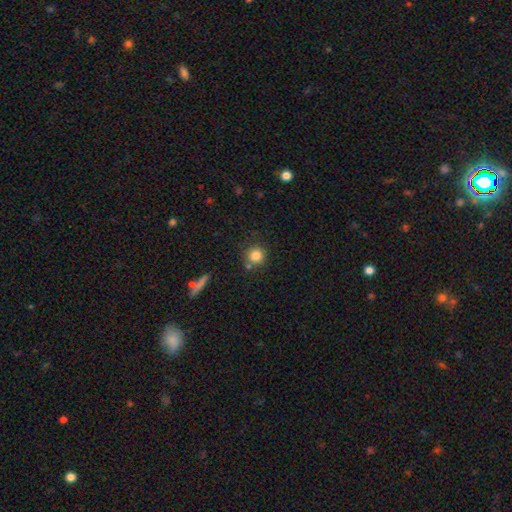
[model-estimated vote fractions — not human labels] A smooth galaxy with no disk features (83%) that is round (92%). Merging: none (74%).